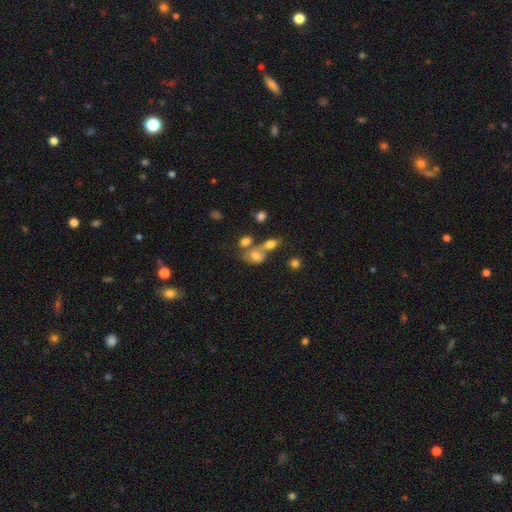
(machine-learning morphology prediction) smooth_or_featured: smooth (p=0.69) [alt: featured or disk p=0.18]
how_rounded: in between (p=0.60) [alt: round p=0.38]
merging: merger (p=0.49) [alt: none p=0.28]